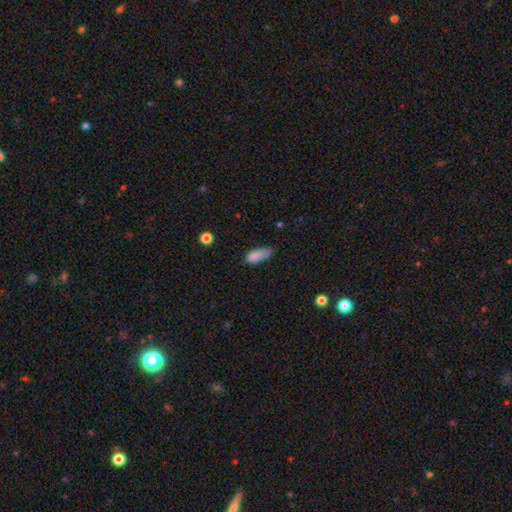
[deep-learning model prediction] This appears to be a smooth galaxy with no disk features (84%) that is in between round and cigar-shaped (79%). Merging: minor disturbance (44%).